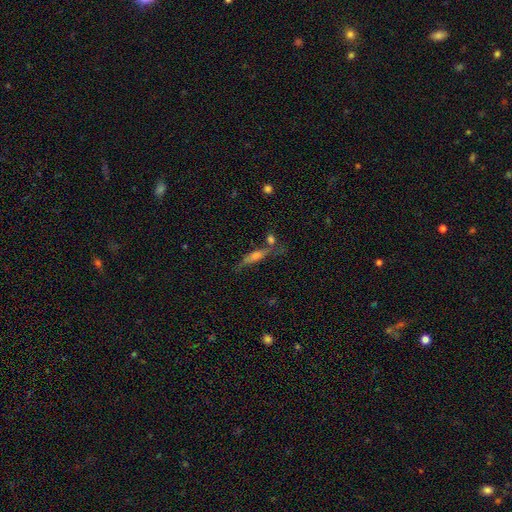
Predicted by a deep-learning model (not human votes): A featured or disk galaxy (55%) viewed edge-on (85%). Merging: none (58%).